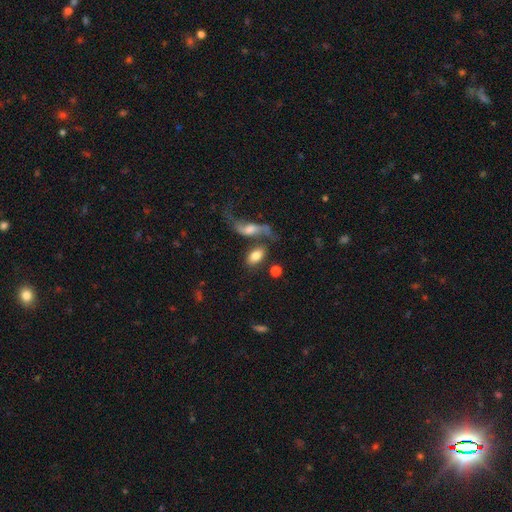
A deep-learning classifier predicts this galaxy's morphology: Q: Smooth or featured?
A: smooth (75%); runner-up: featured or disk (17%)
Q: How rounded?
A: in between (90%); runner-up: round (7%)
Q: Merging?
A: none (53%); runner-up: merger (25%)